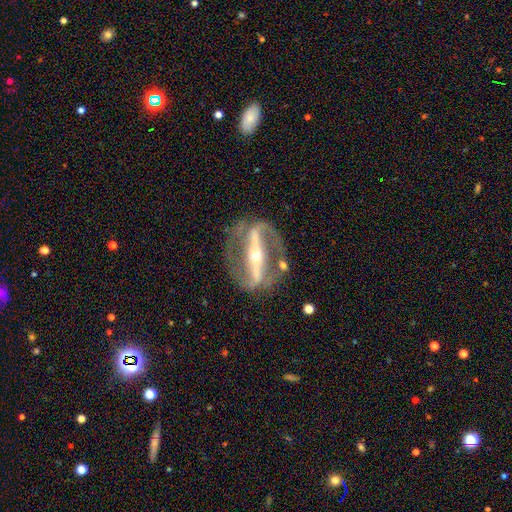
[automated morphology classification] featured or disk 91%, star or artifact 5%, smooth 4%. Down the decision tree: edge-on disk — no (87%); bar — strong (85%); spiral arms — yes (90%); spiral arm count — 2 (92%); spiral winding — medium (44%); bulge size — small (64%); merging — none (77%).